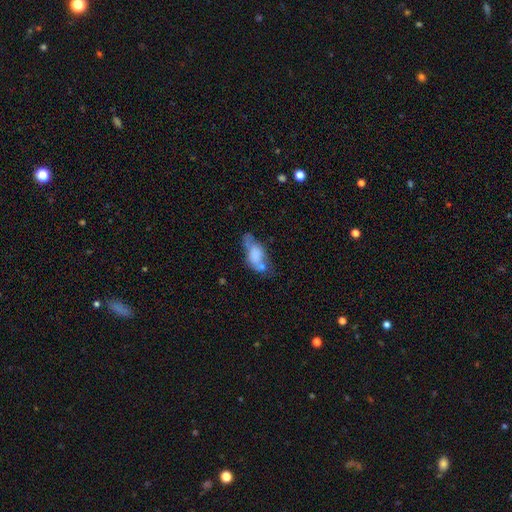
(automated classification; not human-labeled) This is possibly a smooth galaxy (58%). How rounded: clearly in between (84%). Merging: marginally none (29%).